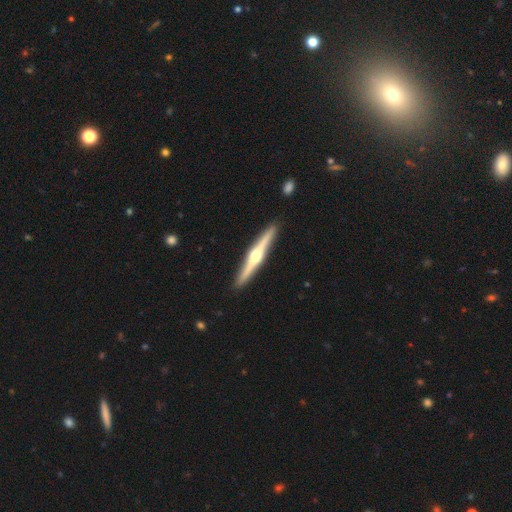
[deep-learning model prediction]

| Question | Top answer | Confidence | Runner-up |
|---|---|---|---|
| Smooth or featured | featured or disk | 78% | smooth (18%) |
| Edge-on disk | yes | 98% | no (2%) |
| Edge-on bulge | rounded | 95% | boxy (3%) |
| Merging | none | 92% | minor disturbance (6%) |